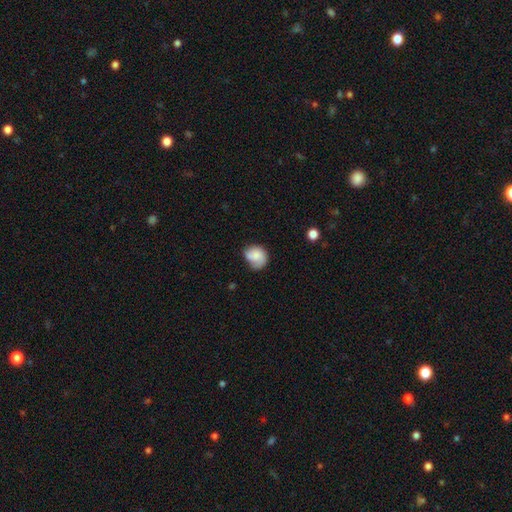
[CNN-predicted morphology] smooth_or_featured: smooth (p=0.69) [alt: featured or disk p=0.23]
how_rounded: round (p=0.60) [alt: in between p=0.39]
merging: none (p=0.45) [alt: minor disturbance p=0.34]